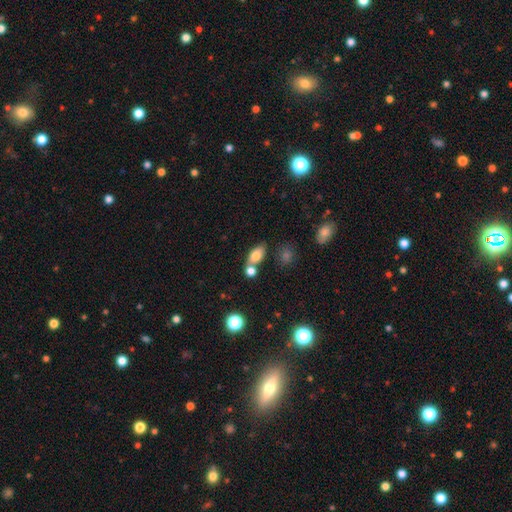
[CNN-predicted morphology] This appears to be a smooth galaxy with no disk features (78%) that is in between round and cigar-shaped (85%). Merging: none (52%).